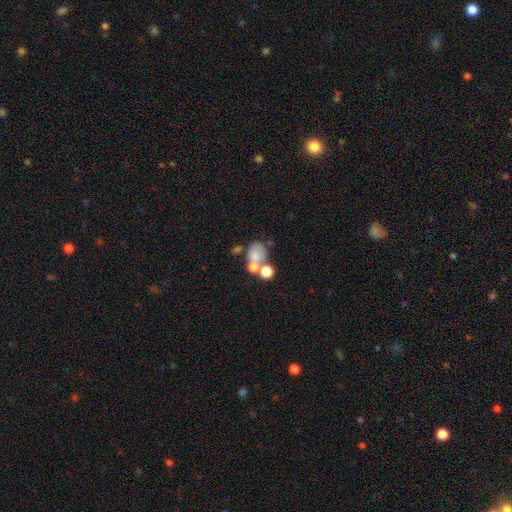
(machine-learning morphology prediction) Overall: smooth (64%). How rounded: in between (60%; round 39%). Merging: merger (53%; none 27%).